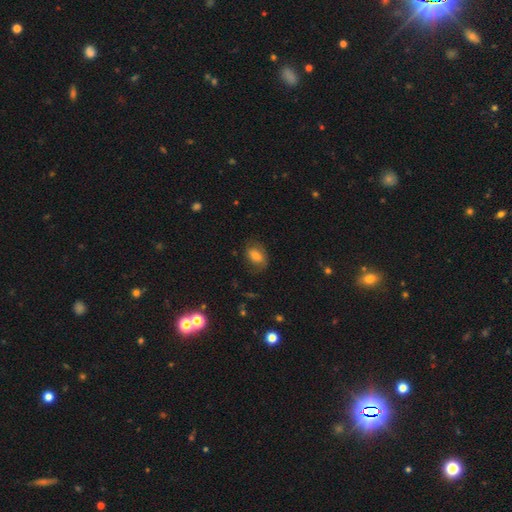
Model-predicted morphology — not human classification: smooth_or_featured: smooth (p=0.65) [alt: featured or disk p=0.25]
how_rounded: in between (p=0.78) [alt: round p=0.21]
merging: none (p=0.66) [alt: minor disturbance p=0.21]